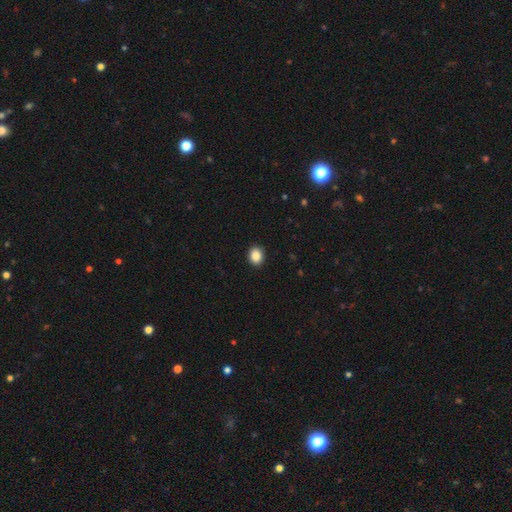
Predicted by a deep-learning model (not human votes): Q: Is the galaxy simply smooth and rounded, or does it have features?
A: smooth — 87%.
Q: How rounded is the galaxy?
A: round — 57%.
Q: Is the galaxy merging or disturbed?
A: none — 92%.